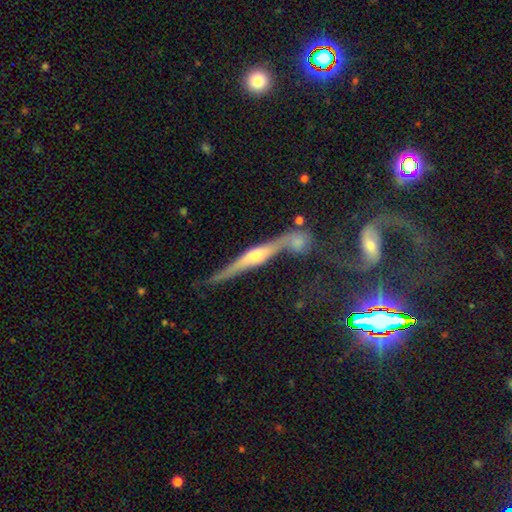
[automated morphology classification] type=featured or disk (76%); edge-on=yes (92%); edge-on bulge=rounded (81%); merging=none (55%).